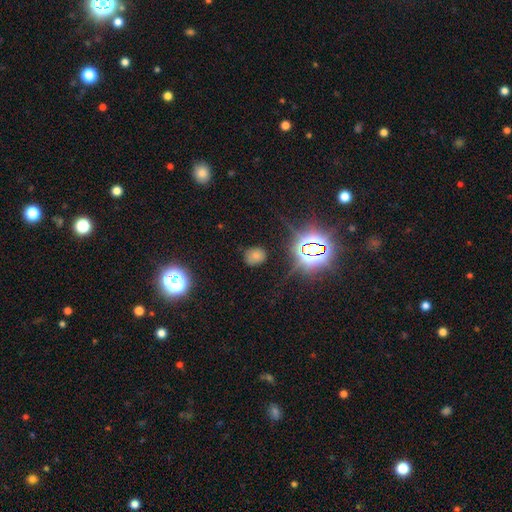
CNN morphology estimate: Overall: smooth (60%; star or artifact 30%). How rounded: round (49%, tied with in between). Merging: none (76%).